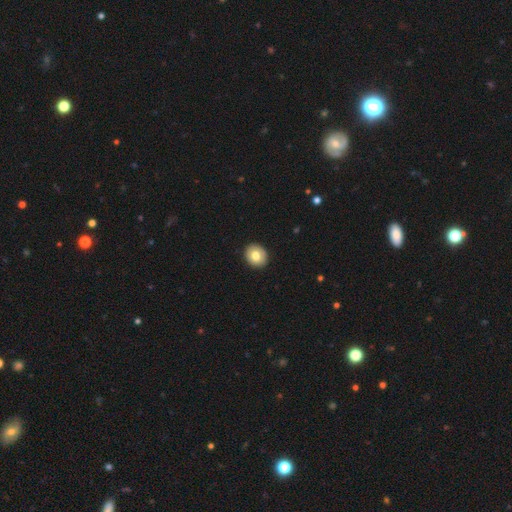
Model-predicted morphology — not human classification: type=smooth (79%); roundness=round (74%); merging=none (92%).